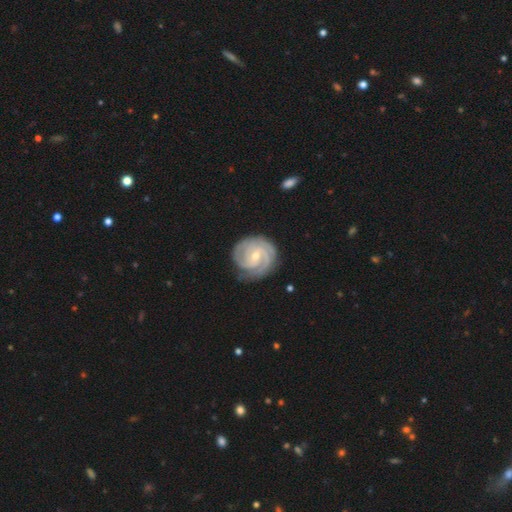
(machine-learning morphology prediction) Smooth or featured: featured or disk — 91% (smooth — 5%)
Edge-on disk: no — 98% (yes — 2%)
Bar: no — 50% (weak — 40%)
Spiral arms: yes — 98% (no — 2%)
Spiral winding: tight — 76% (medium — 21%)
Spiral arm count: 3 — 37% (2 — 29%)
Bulge size: small — 57% (moderate — 40%)
Merging: none — 80% (minor disturbance — 15%)